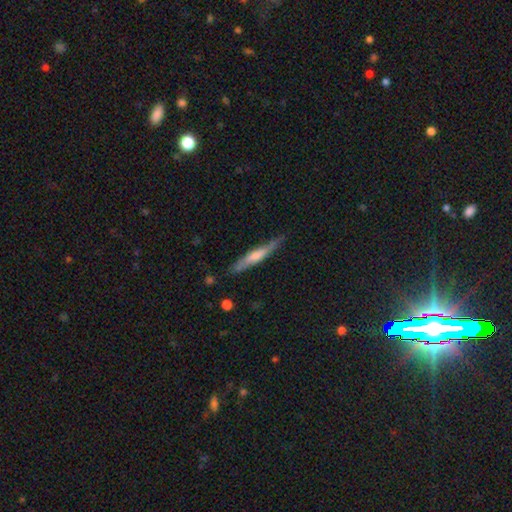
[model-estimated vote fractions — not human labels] This appears to be a featured or disk galaxy (62%) viewed edge-on (93%) with a rounded central bulge (56%). Merging: none (84%).